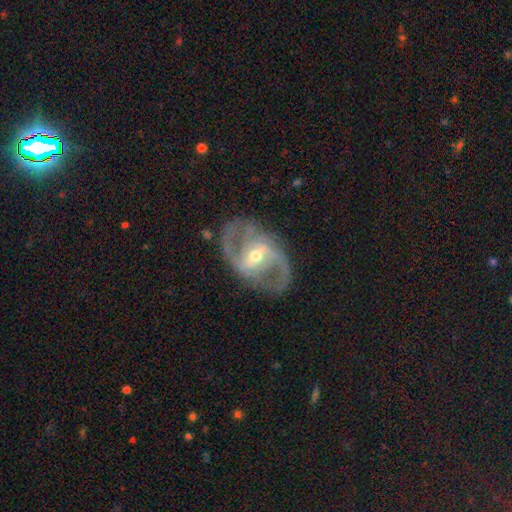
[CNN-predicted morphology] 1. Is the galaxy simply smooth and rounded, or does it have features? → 89% featured or disk, 5% smooth, 5% star or artifact.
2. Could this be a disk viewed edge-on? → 97% no, 3% yes.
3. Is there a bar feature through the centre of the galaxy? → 46% weak, 35% strong, 19% no.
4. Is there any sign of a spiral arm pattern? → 95% yes, 5% no.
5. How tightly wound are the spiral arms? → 55% medium, 28% loose, 17% tight.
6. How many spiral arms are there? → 86% 2, 5% can't tell, 5% 3, 2% 1, 2% 4, 1% more than 4.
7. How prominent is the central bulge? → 58% moderate, 37% small, 3% large, 1% none, 1% dominant.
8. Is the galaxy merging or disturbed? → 76% none, 14% minor disturbance, 8% major disturbance, 1% merger.